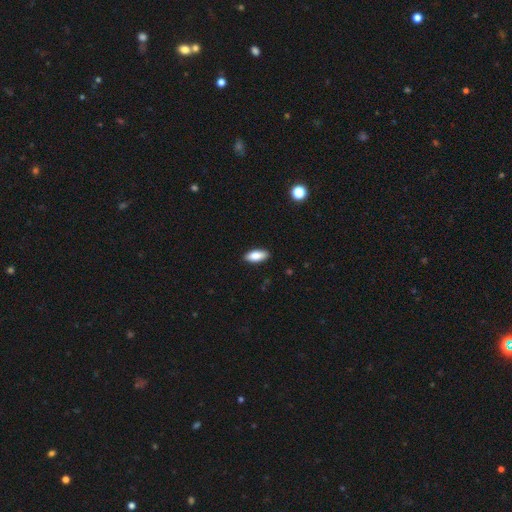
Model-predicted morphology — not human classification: smooth_or_featured: smooth (p=0.84) [alt: featured or disk p=0.09]
how_rounded: in between (p=0.84) [alt: cigar-shaped p=0.14]
merging: none (p=0.88) [alt: minor disturbance p=0.09]